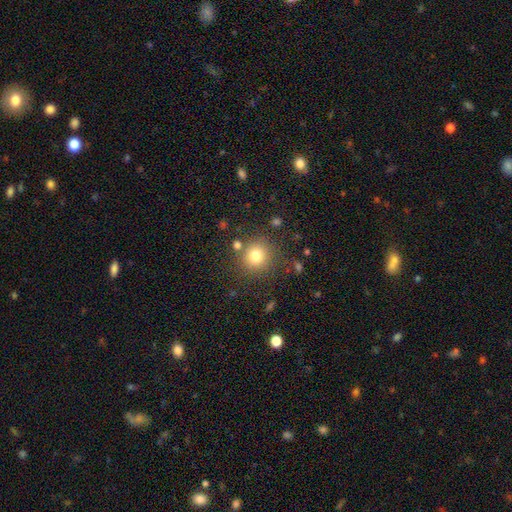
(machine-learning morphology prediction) This appears to be a smooth galaxy with no disk features (78%) that is round (92%). Merging: none (82%).